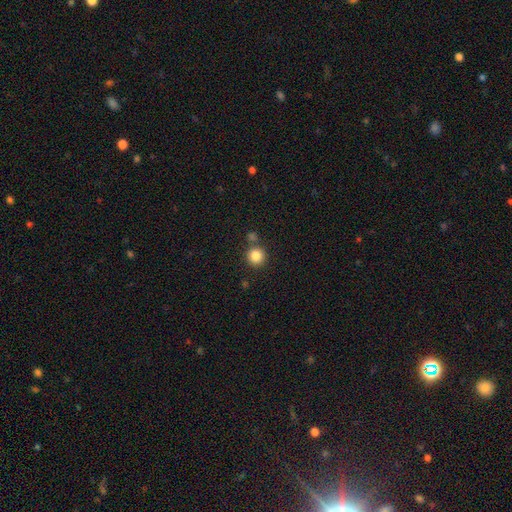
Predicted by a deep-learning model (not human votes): Smooth or featured?
  - smooth: 85% *
  - star or artifact: 10%
  - featured or disk: 5%
How rounded?
  - round: 94% *
  - in between: 5%
  - cigar-shaped: 1%
Merging?
  - none: 80% *
  - merger: 10%
  - minor disturbance: 7%
  - major disturbance: 2%